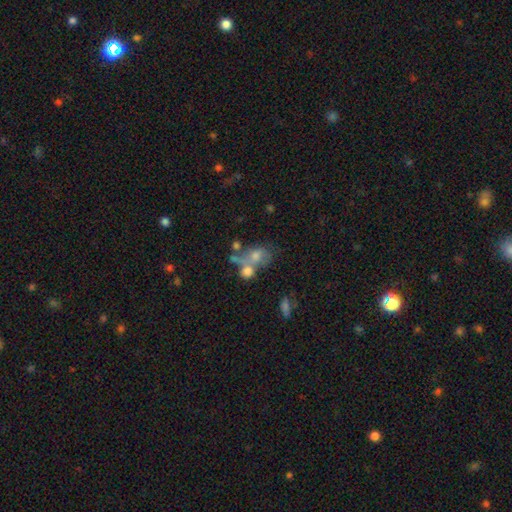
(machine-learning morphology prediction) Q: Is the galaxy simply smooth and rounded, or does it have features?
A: smooth — 57%.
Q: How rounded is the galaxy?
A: in between — 56%.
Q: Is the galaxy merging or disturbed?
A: merger — 45%.